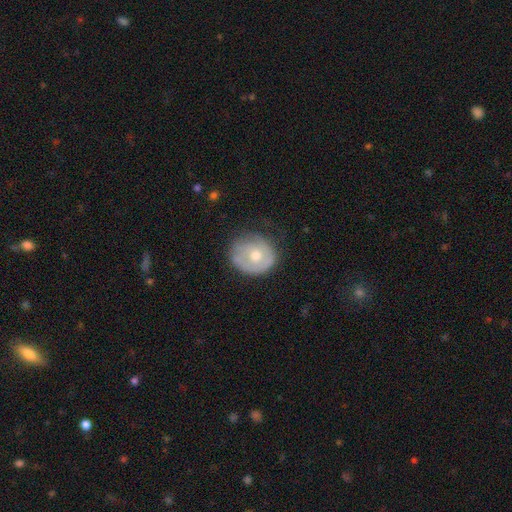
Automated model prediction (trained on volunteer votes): A smooth galaxy with no disk features (49%). Merging: none (60%).